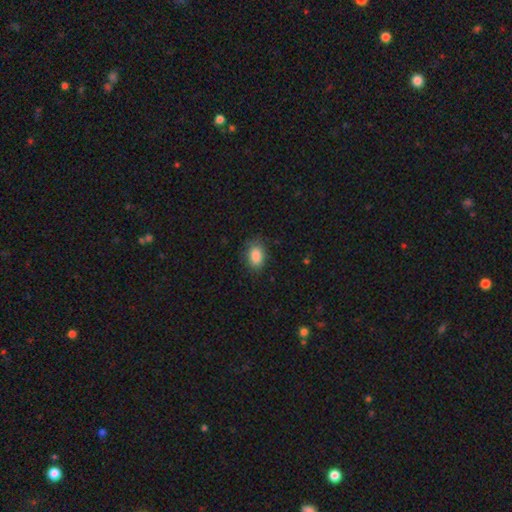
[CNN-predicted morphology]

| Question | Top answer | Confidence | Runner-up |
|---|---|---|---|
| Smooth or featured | smooth | 87% | star or artifact (8%) |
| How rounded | in between | 86% | round (13%) |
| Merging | none | 79% | minor disturbance (16%) |